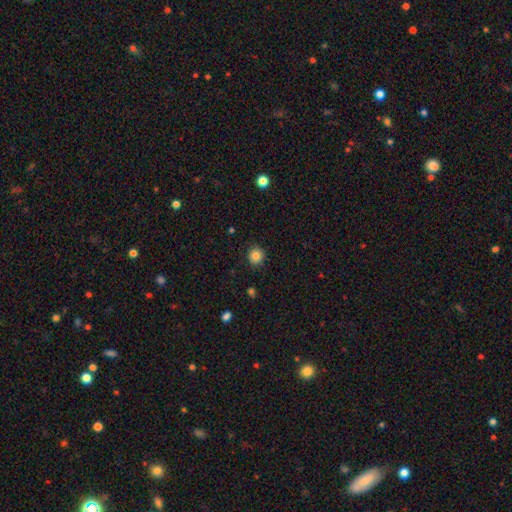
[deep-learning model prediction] Smooth or featured? smooth (84%)
How rounded? round (87%)
Merging? none (89%)